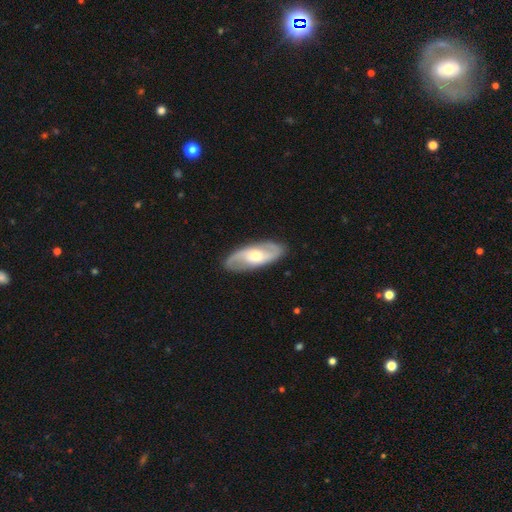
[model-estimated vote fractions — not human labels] smooth-or-featured: featured or disk: 74% | smooth: 21% | star or artifact: 5%
  disk-edge-on: no: 90% | yes: 10%
    bar: no: 59% | weak: 31% | strong: 10%
    has-spiral-arms: yes: 88% | no: 12%
      spiral-winding: medium: 42% | loose: 37% | tight: 21%
      spiral-arm-count: 2: 88% | can't tell: 7% | 1: 2% | 3: 1% | 4: 1% | more than 4: 1%
    bulge-size: moderate: 60% | small: 34% | large: 5% | none: 1% | dominant: 1%
  merging: none: 86% | minor disturbance: 10% | major disturbance: 3% | merger: 1%